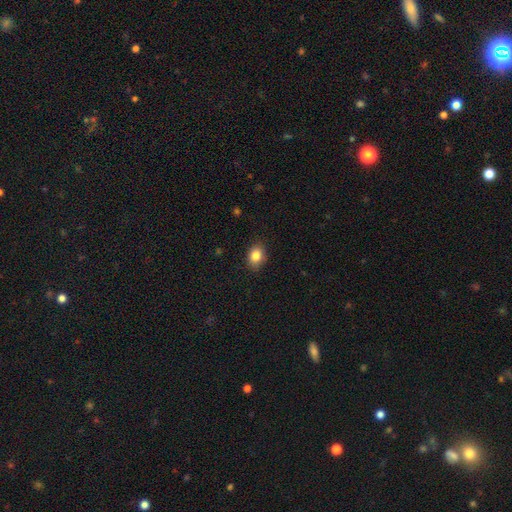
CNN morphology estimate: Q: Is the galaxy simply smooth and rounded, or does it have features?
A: smooth — 85%.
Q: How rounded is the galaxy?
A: in between — 63%.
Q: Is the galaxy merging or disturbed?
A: none — 86%.